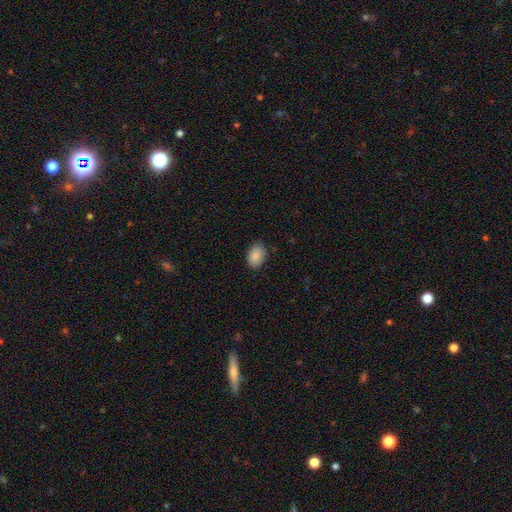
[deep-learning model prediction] Smooth or featured?
  - smooth: 89% *
  - star or artifact: 7%
  - featured or disk: 4%
How rounded?
  - in between: 80% *
  - round: 19%
  - cigar-shaped: 1%
Merging?
  - none: 86% *
  - minor disturbance: 11%
  - major disturbance: 2%
  - merger: 1%